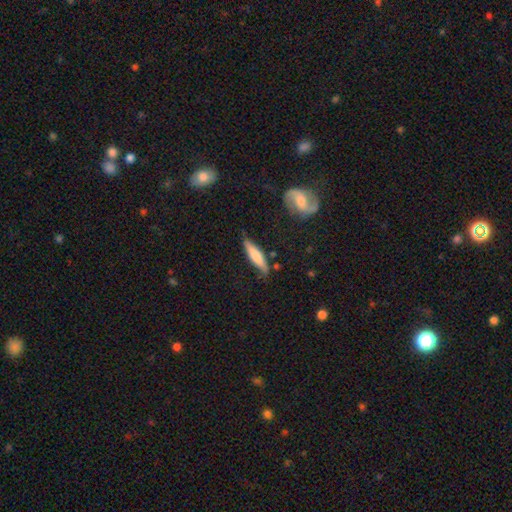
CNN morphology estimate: A smooth galaxy with no disk features (60%) that is cigar-shaped (77%). Merging: none (76%).